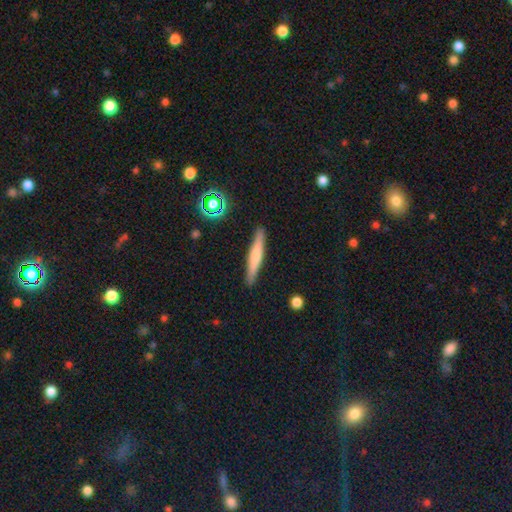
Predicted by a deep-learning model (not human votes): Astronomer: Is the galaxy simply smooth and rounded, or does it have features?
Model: smooth — 58% (runner-up: featured or disk, 36%).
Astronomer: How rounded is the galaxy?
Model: cigar-shaped — 94%.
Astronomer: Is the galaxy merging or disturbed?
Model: none — 90%.